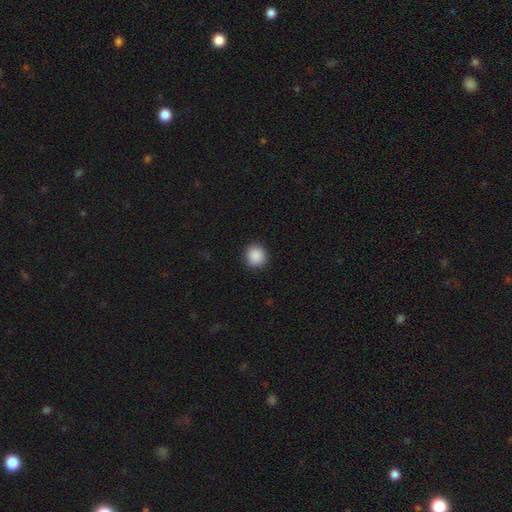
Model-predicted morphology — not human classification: Smooth or featured?
  - smooth: 89% *
  - star or artifact: 8%
  - featured or disk: 3%
How rounded?
  - round: 89% *
  - in between: 10%
  - cigar-shaped: 1%
Merging?
  - none: 90% *
  - minor disturbance: 7%
  - major disturbance: 2%
  - merger: 1%